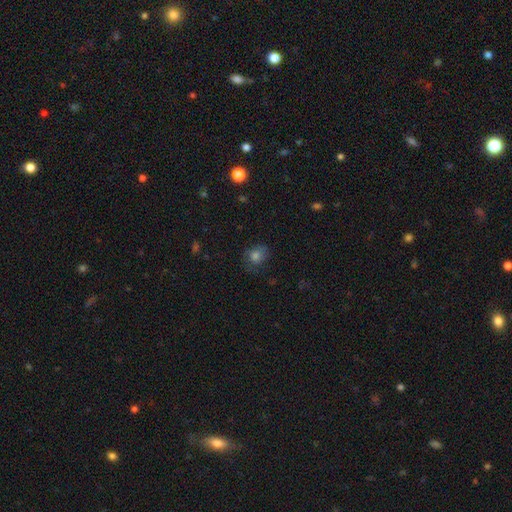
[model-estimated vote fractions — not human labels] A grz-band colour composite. It shows a smooth galaxy with no disk features (69%) that is round (59%). Merging: none (64%).